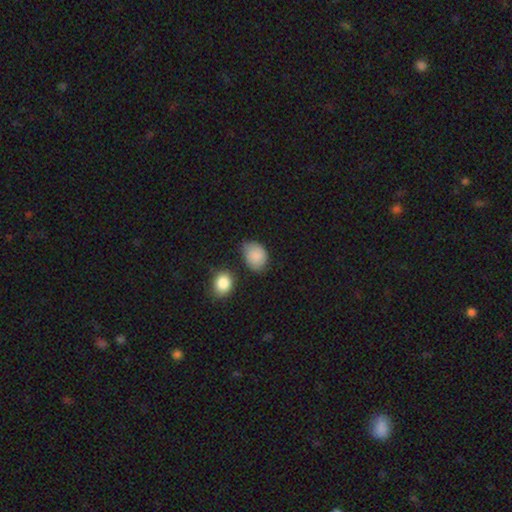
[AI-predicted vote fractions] The model was most divided on "merging": none: 53%, minor disturbance: 34%, major disturbance: 7%, merger: 5%. More confident: smooth or featured — smooth (86%); how rounded — in between (66%).